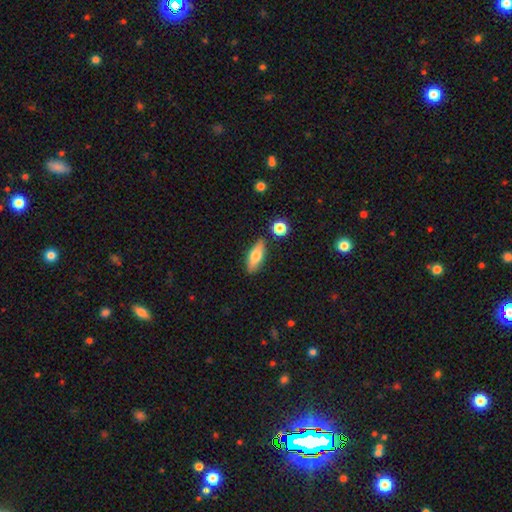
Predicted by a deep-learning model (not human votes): This is likely a smooth galaxy (65%). How rounded: likely in between (64%). Merging: clearly none (82%).